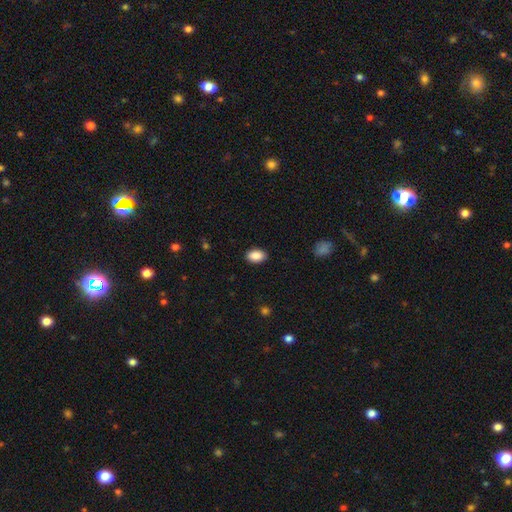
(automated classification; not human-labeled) Smooth or featured?
  - smooth: 89% *
  - star or artifact: 7%
  - featured or disk: 3%
How rounded?
  - in between: 91% *
  - round: 8%
  - cigar-shaped: 2%
Merging?
  - none: 88% *
  - minor disturbance: 9%
  - major disturbance: 2%
  - merger: 1%